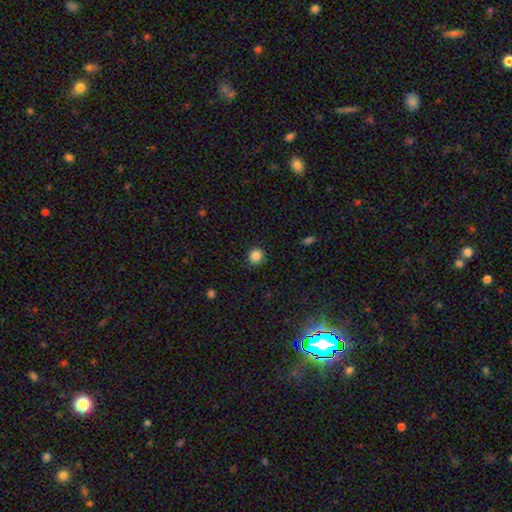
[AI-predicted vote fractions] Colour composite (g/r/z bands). It shows a smooth galaxy with no disk features (86%) that is round (92%). Merging: none (89%).